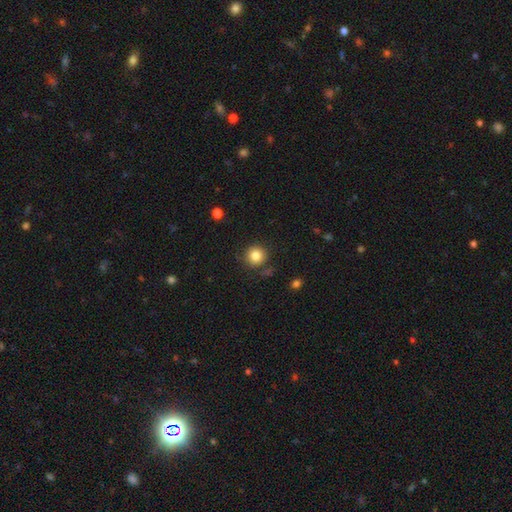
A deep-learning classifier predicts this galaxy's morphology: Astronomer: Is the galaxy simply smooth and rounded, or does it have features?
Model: smooth — 83%.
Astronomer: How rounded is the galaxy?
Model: round — 93%.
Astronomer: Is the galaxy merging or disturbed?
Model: none — 85%.